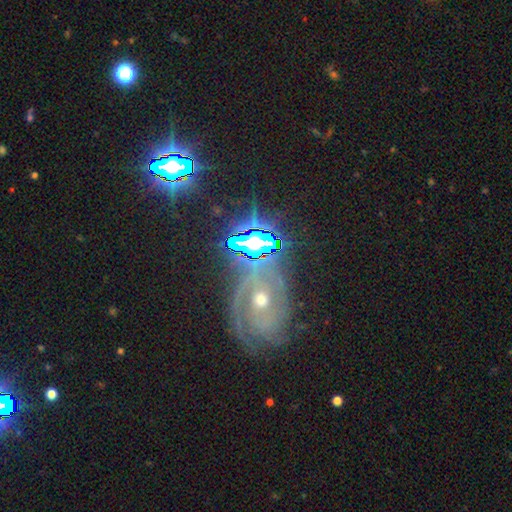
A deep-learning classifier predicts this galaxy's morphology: A star or artifact, not a galaxy (47%).